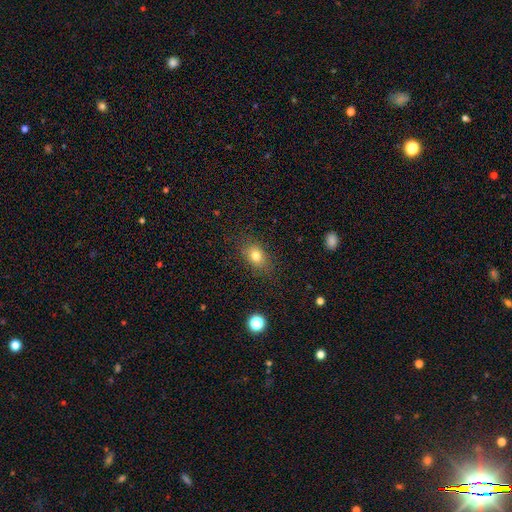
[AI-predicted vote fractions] This is likely a smooth galaxy (79%). How rounded: likely in between (70%). Merging: clearly none (81%).